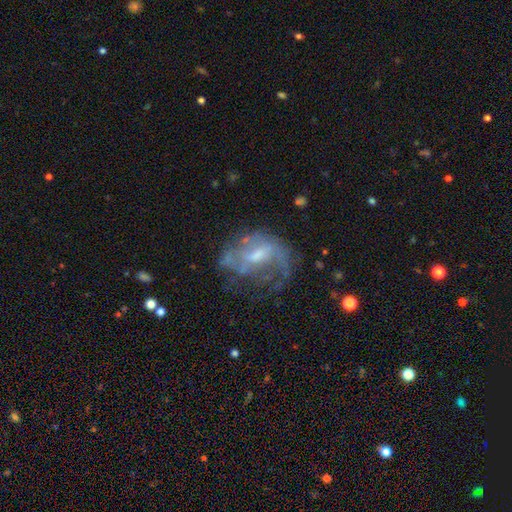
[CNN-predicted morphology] Smooth or featured?
  - featured or disk: 69% *
  - smooth: 17%
  - star or artifact: 14%
Edge-on disk?
  - no: 96% *
  - yes: 4%
Bar?
  - weak: 48% *
  - no: 36%
  - strong: 16%
Spiral arms?
  - yes: 70% *
  - no: 30%
Bulge size?
  - small: 45% *
  - moderate: 41%
  - none: 10%
  - large: 3%
  - dominant: 1%
Merging?
  - none: 49% *
  - major disturbance: 27%
  - minor disturbance: 21%
  - merger: 3%